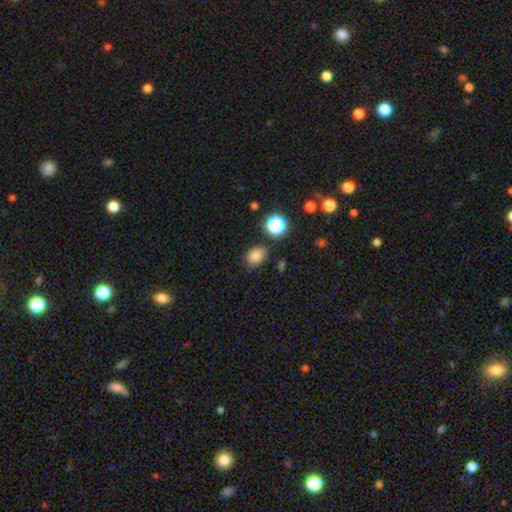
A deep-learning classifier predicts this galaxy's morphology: This is clearly a smooth galaxy (81%). How rounded: likely in between (66%). Merging: likely none (79%).